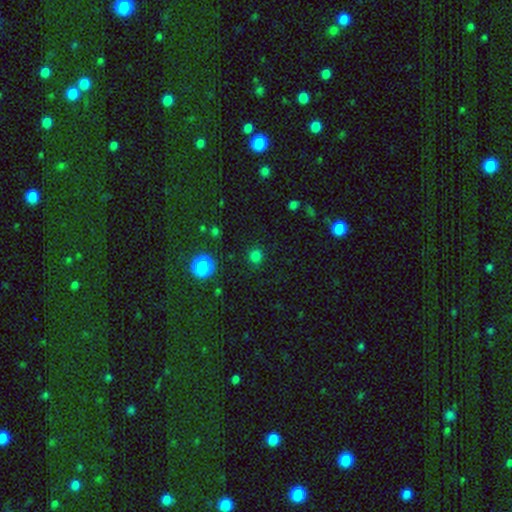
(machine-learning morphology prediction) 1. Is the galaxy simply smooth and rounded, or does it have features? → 76% smooth, 20% star or artifact, 4% featured or disk.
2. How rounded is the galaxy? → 90% round, 9% in between, 1% cigar-shaped.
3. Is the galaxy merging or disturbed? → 87% none, 8% minor disturbance, 3% major disturbance, 2% merger.